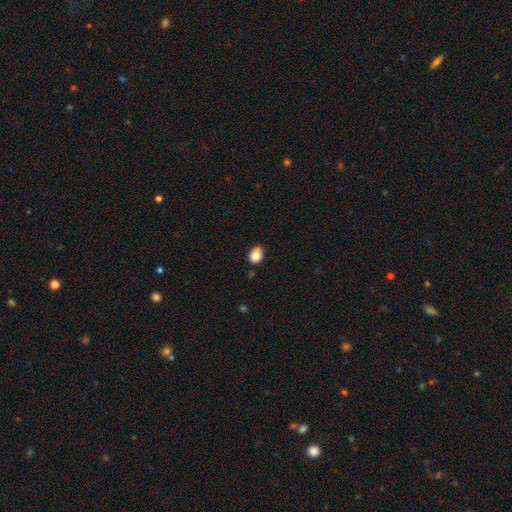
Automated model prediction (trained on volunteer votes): smooth 86%, star or artifact 9%, featured or disk 5%. Down the decision tree: how rounded — in between (63%); merging — none (78%).